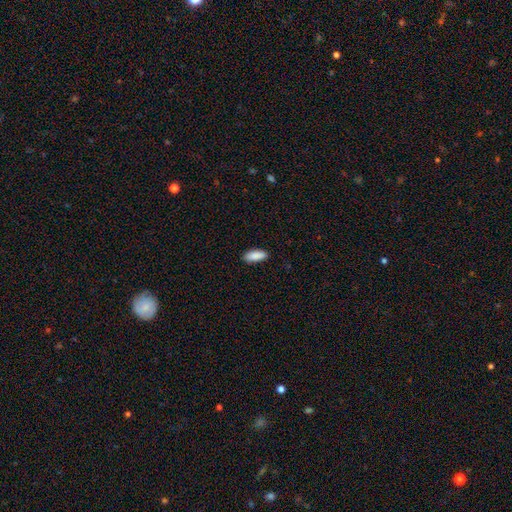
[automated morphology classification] Smooth or featured? Predicted: smooth (p=0.90). How rounded? Predicted: in between (p=0.76). Merging? Predicted: none (p=0.87).